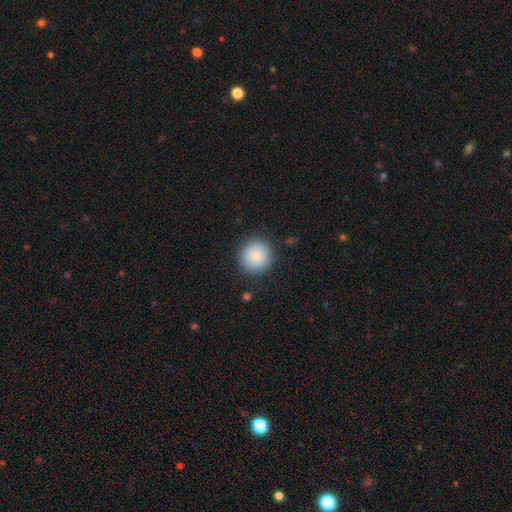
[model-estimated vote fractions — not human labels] smooth-or-featured: smooth: 89% | star or artifact: 7% | featured or disk: 4%
  how-rounded: round: 93% | in between: 6% | cigar-shaped: 1%
  merging: none: 89% | minor disturbance: 8% | major disturbance: 3% | merger: 1%